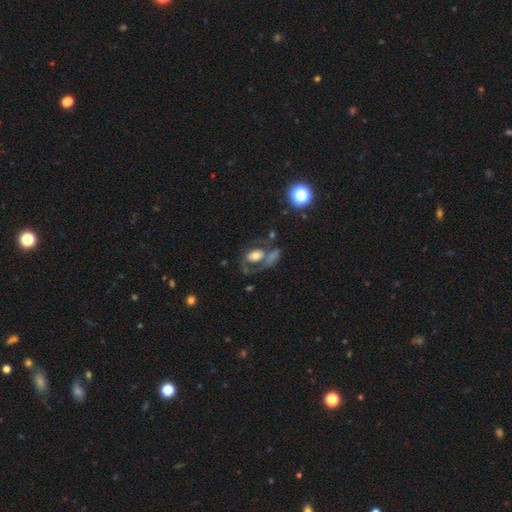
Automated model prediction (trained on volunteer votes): The model was most divided on "smooth or featured": featured or disk: 47%, smooth: 43%, star or artifact: 9%. Remaining: merging — none (37%).